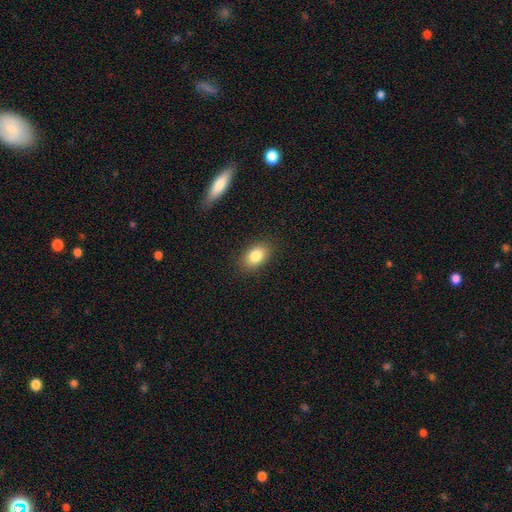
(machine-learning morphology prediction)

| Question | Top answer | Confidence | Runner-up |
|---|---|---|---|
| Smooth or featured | smooth | 83% | featured or disk (8%) |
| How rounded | in between | 84% | round (14%) |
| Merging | none | 86% | minor disturbance (10%) |